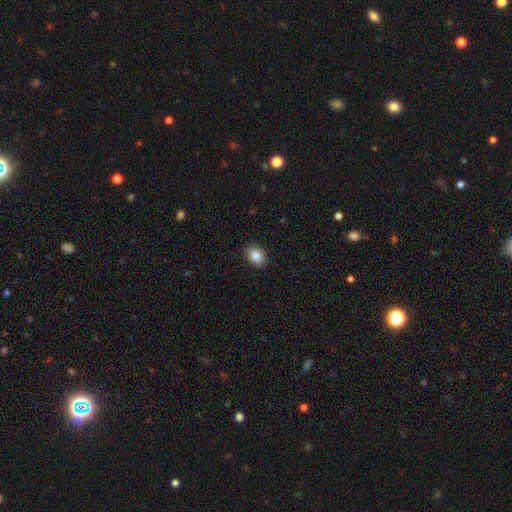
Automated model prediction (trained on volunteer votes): smooth 87%, star or artifact 8%, featured or disk 6%. Down the decision tree: how rounded — in between (76%); merging — none (90%).